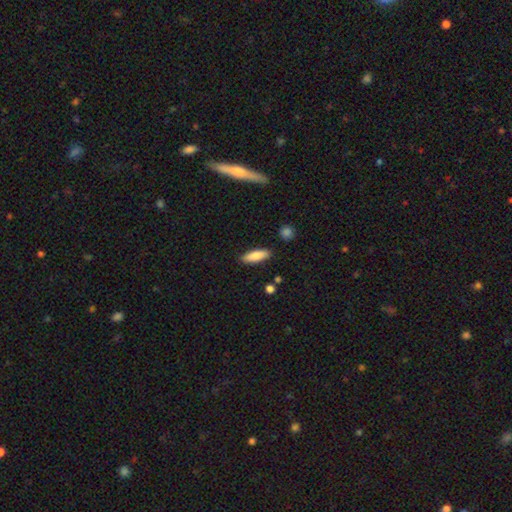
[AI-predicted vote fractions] This appears to be a smooth galaxy with no disk features (84%) that is in between round and cigar-shaped (57%). Merging: none (87%).